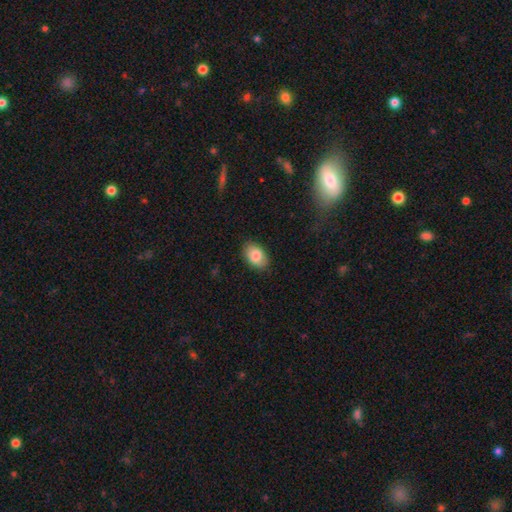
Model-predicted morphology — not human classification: This is clearly a smooth galaxy (84%). How rounded: clearly in between (88%). Merging: clearly none (86%).